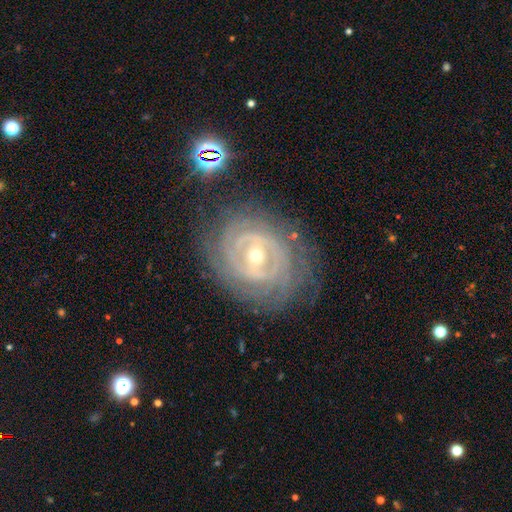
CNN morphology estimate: Smooth or featured? Predicted: featured or disk (p=0.87). Edge-on disk? Predicted: no (p=0.96). Bar? Predicted: weak (p=0.40). Spiral arms? Predicted: yes (p=0.90). Spiral winding? Predicted: tight (p=0.80). Spiral arm count? Predicted: can't tell (p=0.41). Bulge size? Predicted: small (p=0.54). Merging? Predicted: none (p=0.76).